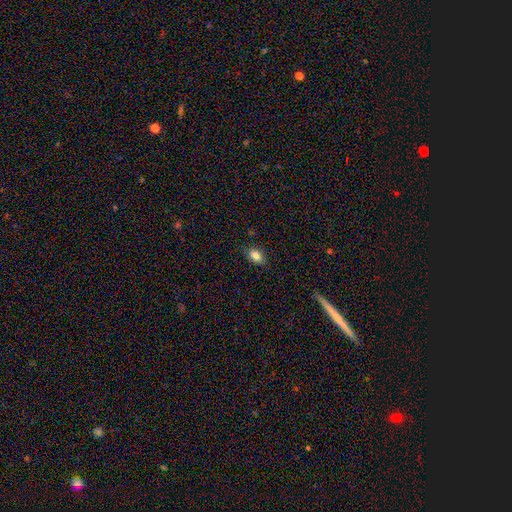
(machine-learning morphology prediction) smooth-or-featured: smooth: 83% | star or artifact: 9% | featured or disk: 8%
  how-rounded: in between: 85% | round: 13% | cigar-shaped: 2%
  merging: none: 84% | minor disturbance: 13% | major disturbance: 2% | merger: 1%